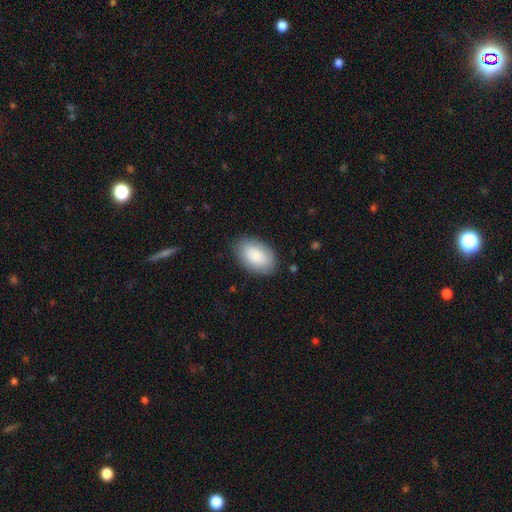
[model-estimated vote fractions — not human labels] This is clearly a smooth galaxy (84%). How rounded: clearly in between (92%). Merging: clearly none (81%).